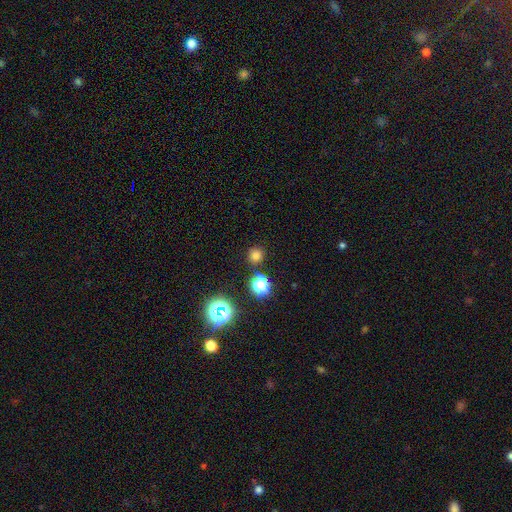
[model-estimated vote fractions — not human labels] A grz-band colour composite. It shows a smooth galaxy with no disk features (72%) that is round (93%). Merging: none (87%).